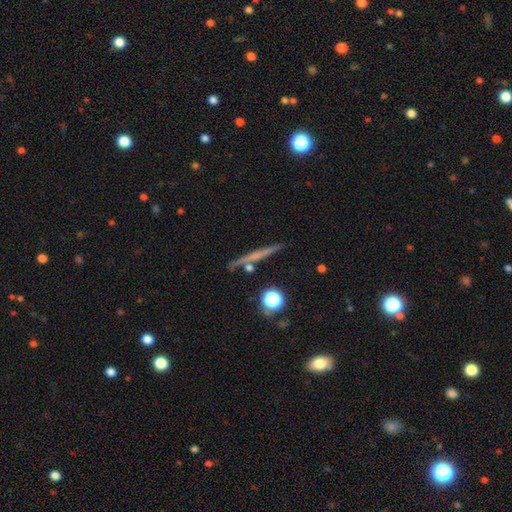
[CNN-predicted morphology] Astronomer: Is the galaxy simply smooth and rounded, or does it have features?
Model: featured or disk — 52% (runner-up: smooth, 39%).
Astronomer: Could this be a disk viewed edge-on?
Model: yes — 96%.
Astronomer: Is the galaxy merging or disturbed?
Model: none — 87%.